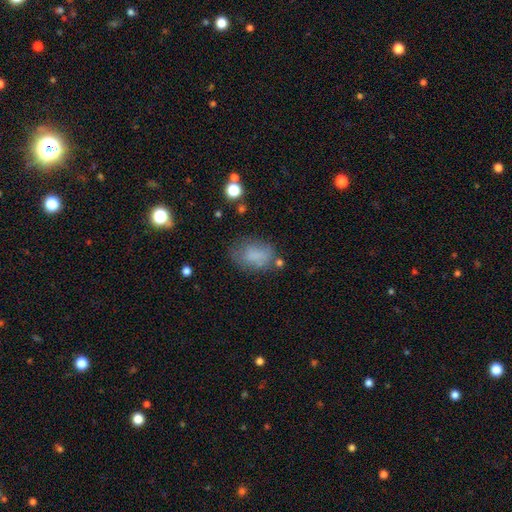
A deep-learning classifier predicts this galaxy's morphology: type=smooth (73%); roundness=in between (80%); merging=none (54%).